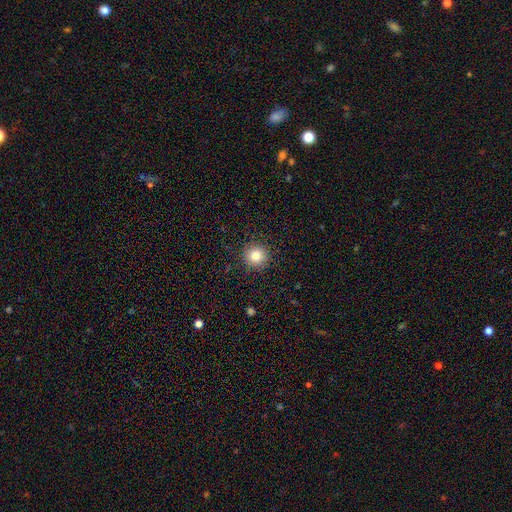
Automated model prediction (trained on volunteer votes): Smooth or featured: smooth — 83% (star or artifact — 11%)
How rounded: round — 94% (in between — 5%)
Merging: none — 90% (minor disturbance — 7%)